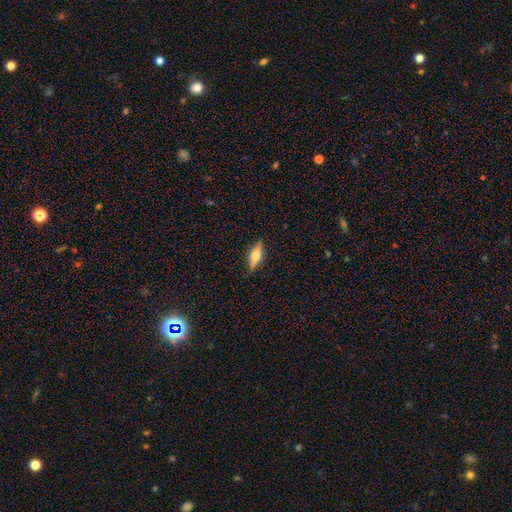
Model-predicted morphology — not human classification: This appears to be a featured or disk galaxy (54%) viewed edge-on (94%) with a rounded central bulge (91%). Merging: none (87%).